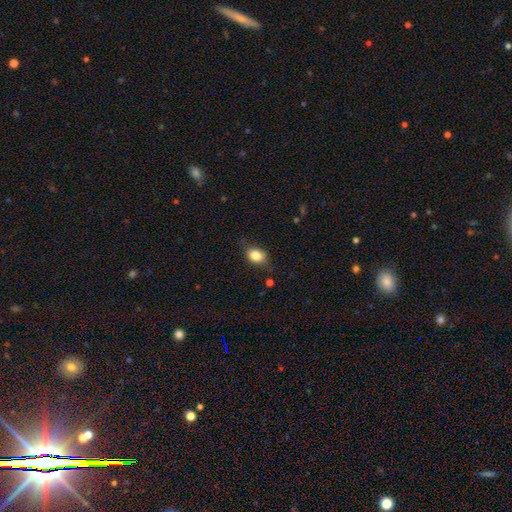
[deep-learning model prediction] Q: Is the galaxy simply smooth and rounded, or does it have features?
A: smooth — 82%.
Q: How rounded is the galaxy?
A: in between — 66%.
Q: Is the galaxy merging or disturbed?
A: none — 73%.